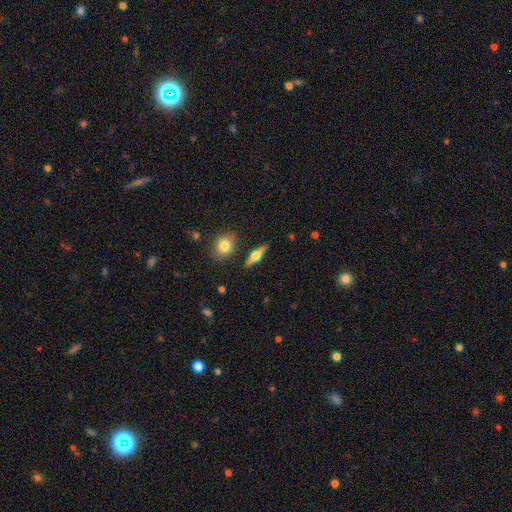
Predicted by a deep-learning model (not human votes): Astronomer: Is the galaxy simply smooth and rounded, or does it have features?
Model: featured or disk — 61%.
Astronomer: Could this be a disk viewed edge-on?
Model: yes — 95%.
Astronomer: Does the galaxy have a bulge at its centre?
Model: rounded — 93%.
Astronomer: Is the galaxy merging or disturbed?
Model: none — 86%.